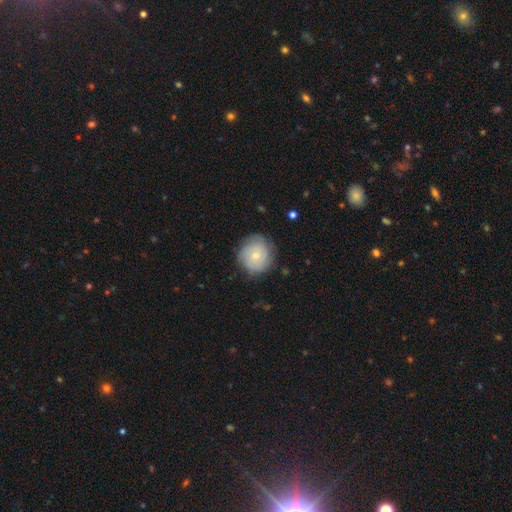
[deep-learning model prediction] Smooth or featured?
  - smooth: 48% *
  - featured or disk: 44%
  - star or artifact: 7%
Merging?
  - none: 76% *
  - minor disturbance: 18%
  - major disturbance: 5%
  - merger: 1%